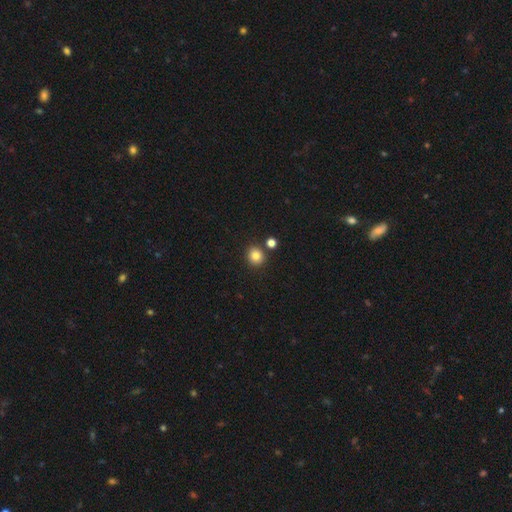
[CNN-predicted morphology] Q: Smooth or featured?
A: smooth (83%); runner-up: star or artifact (12%)
Q: How rounded?
A: round (84%); runner-up: in between (15%)
Q: Merging?
A: none (82%); runner-up: merger (8%)